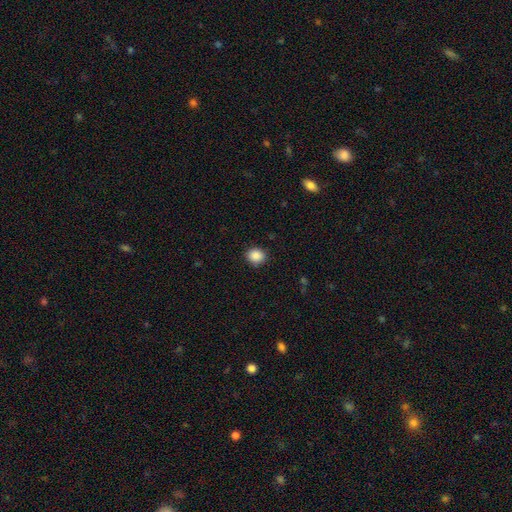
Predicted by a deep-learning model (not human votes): The model was most divided on "how rounded": round: 69%, in between: 30%, cigar-shaped: 1%. More confident: merging — none (88%); smooth or featured — smooth (88%).